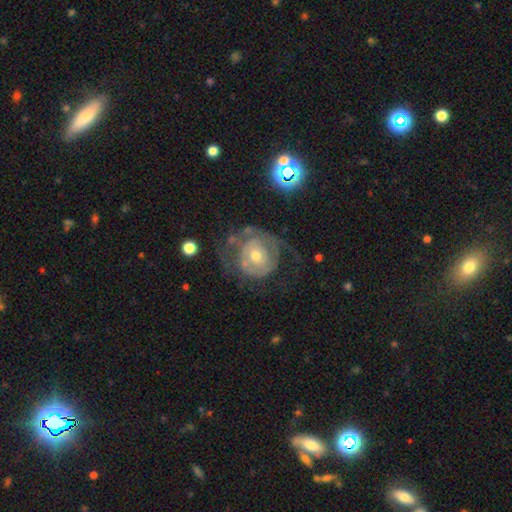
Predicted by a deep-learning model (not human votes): featured or disk 70%, smooth 22%, star or artifact 8%. Down the decision tree: edge-on disk — no (97%); bar — no (74%); spiral arms — yes (68%); bulge size — moderate (53%); merging — none (49%).